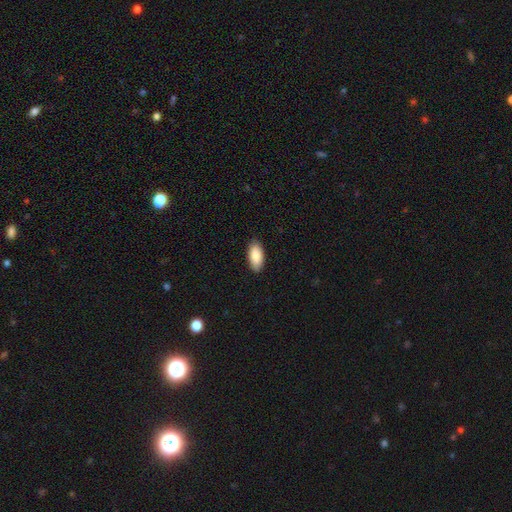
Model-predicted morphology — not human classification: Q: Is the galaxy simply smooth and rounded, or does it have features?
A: smooth — 88%.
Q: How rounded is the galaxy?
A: in between — 92%.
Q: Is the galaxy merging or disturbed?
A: none — 88%.